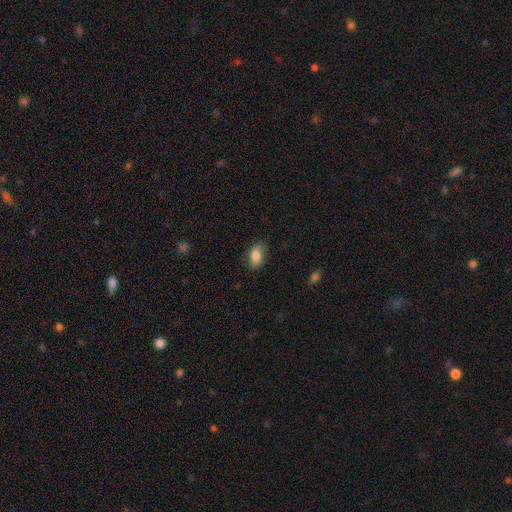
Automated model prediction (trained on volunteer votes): Overall: smooth (79%). How rounded: in between (87%). Merging: none (75%).